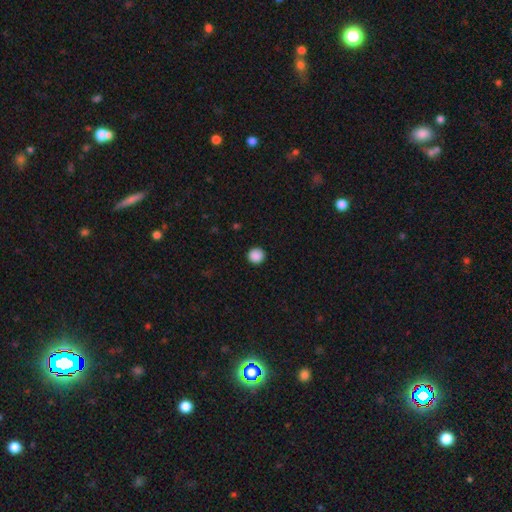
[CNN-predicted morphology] The model was most divided on "smooth or featured": smooth: 89%, star or artifact: 9%, featured or disk: 2%. More confident: how rounded — round (95%); merging — none (93%).